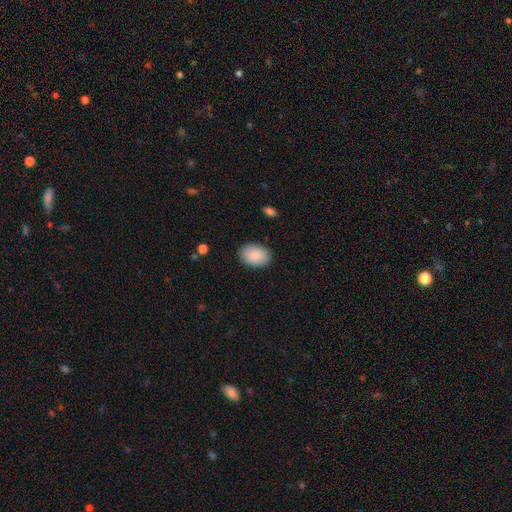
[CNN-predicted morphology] Smooth or featured? Predicted: smooth (p=0.89). How rounded? Predicted: in between (p=0.85). Merging? Predicted: none (p=0.88).